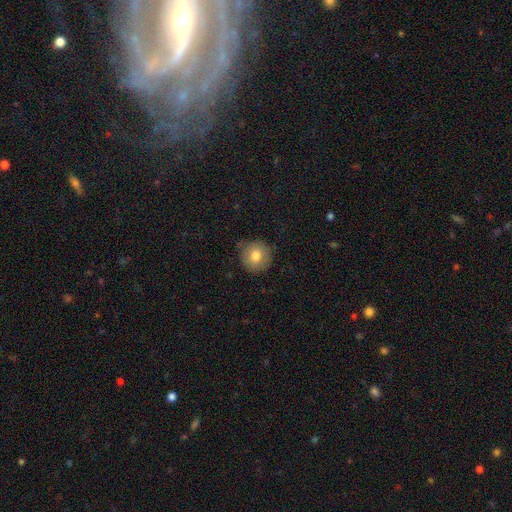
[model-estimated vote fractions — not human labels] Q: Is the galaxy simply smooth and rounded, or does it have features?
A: smooth — 78%.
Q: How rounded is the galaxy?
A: round — 92%.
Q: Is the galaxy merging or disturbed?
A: none — 81%.